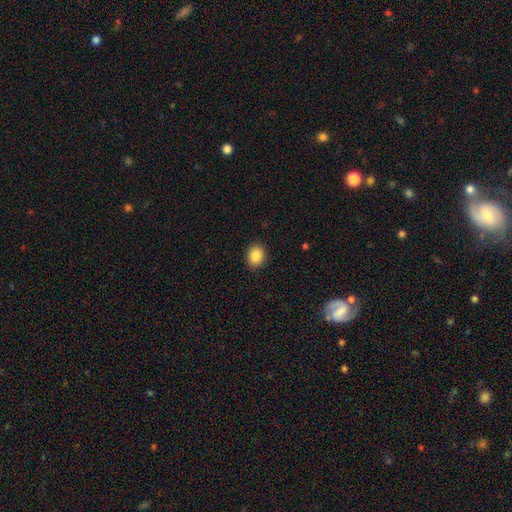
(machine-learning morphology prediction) A smooth galaxy with no disk features (87%) that is in between round and cigar-shaped (53%). Merging: none (89%).